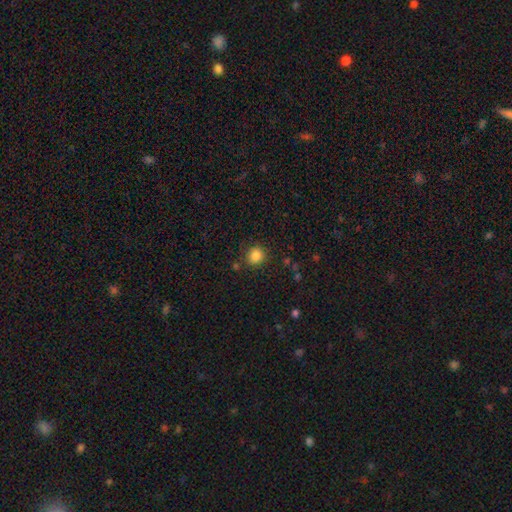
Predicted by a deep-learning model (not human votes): Smooth or featured? Predicted: smooth (p=0.85). How rounded? Predicted: round (p=0.85). Merging? Predicted: none (p=0.85).